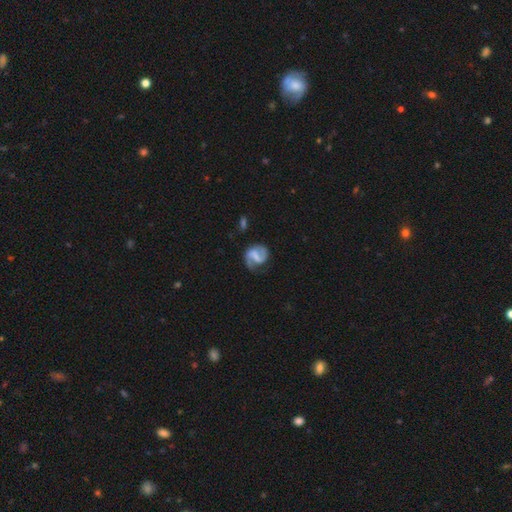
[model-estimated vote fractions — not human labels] Smooth or featured? Predicted: featured or disk (p=0.82). Edge-on disk? Predicted: no (p=0.98). Bar? Predicted: weak (p=0.46). Spiral arms? Predicted: yes (p=0.95). Spiral winding? Predicted: medium (p=0.50). Spiral arm count? Predicted: 2 (p=0.85). Bulge size? Predicted: none (p=0.42). Merging? Predicted: none (p=0.68).